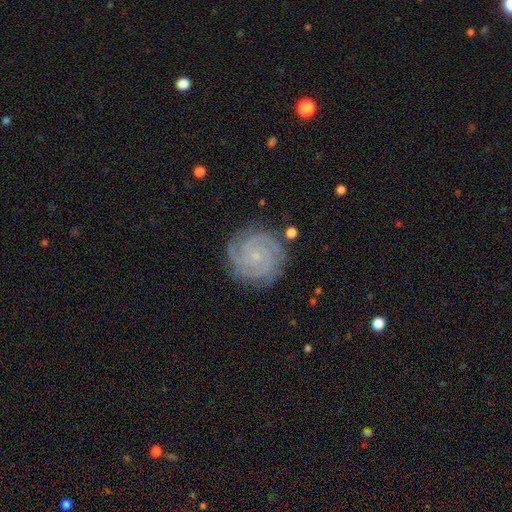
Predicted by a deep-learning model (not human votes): Smooth or featured?
  - featured or disk: 87% *
  - star or artifact: 7%
  - smooth: 6%
Edge-on disk?
  - no: 98% *
  - yes: 2%
Bar?
  - no: 77% *
  - weak: 17%
  - strong: 6%
Spiral arms?
  - yes: 99% *
  - no: 1%
Spiral winding?
  - tight: 85% *
  - medium: 13%
  - loose: 2%
Spiral arm count?
  - 3: 32% *
  - 4: 22%
  - 2: 21%
  - can't tell: 11%
  - more than 4: 7%
  - 1: 6%
Bulge size?
  - small: 84% *
  - moderate: 10%
  - none: 4%
  - large: 1%
  - dominant: 1%
Merging?
  - none: 84% *
  - minor disturbance: 12%
  - major disturbance: 3%
  - merger: 1%